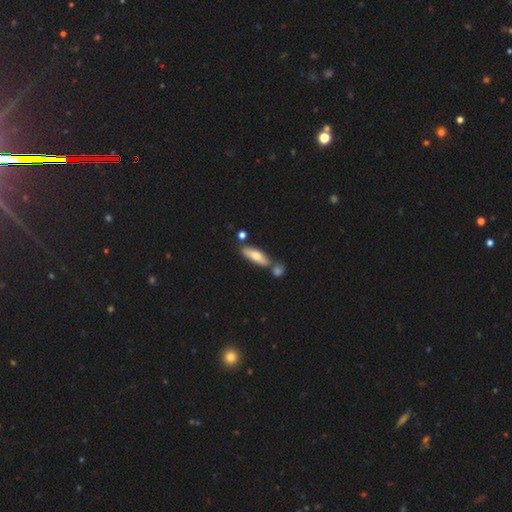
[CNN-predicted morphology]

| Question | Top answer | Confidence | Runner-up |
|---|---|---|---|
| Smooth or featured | smooth | 67% | featured or disk (27%) |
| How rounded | cigar-shaped | 52% | in between (45%) |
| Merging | none | 63% | merger (21%) |